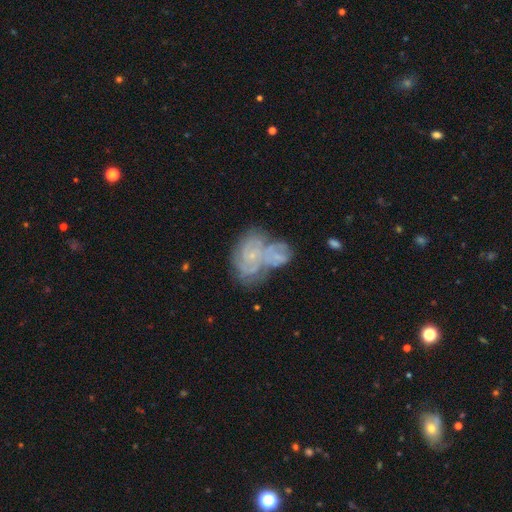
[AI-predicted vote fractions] Smooth or featured? featured or disk (76%)
Edge-on disk? no (98%)
Bar? no (75%)
Spiral arms? yes (85%)
Spiral winding? tight (58%)
Spiral arm count? can't tell (44%)
Bulge size? small (76%)
Merging? merger (40%)